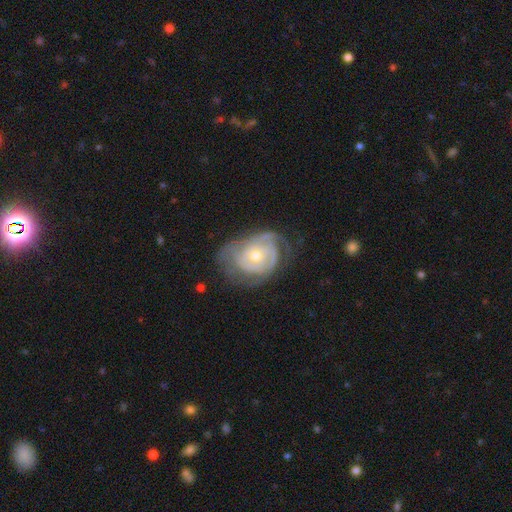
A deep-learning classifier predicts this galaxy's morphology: type=featured or disk (80%); edge-on=no (97%); bar=no (80%); spiral arms=yes (88%); winding=tight (65%); arm count=can't tell (39%); bulge=moderate (50%); merging=none (54%).